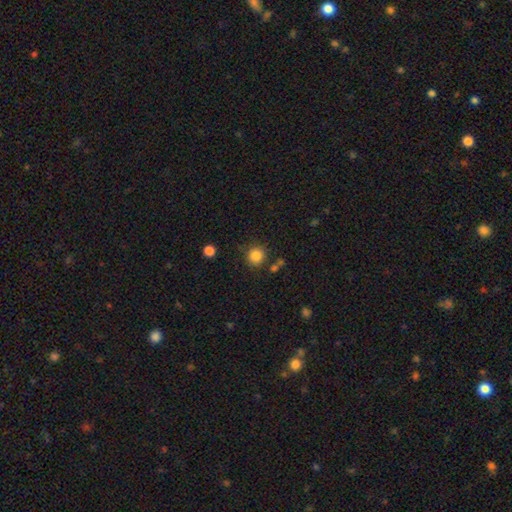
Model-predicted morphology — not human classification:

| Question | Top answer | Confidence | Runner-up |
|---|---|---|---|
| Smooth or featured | smooth | 85% | star or artifact (11%) |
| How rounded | round | 89% | in between (10%) |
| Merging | none | 80% | minor disturbance (11%) |